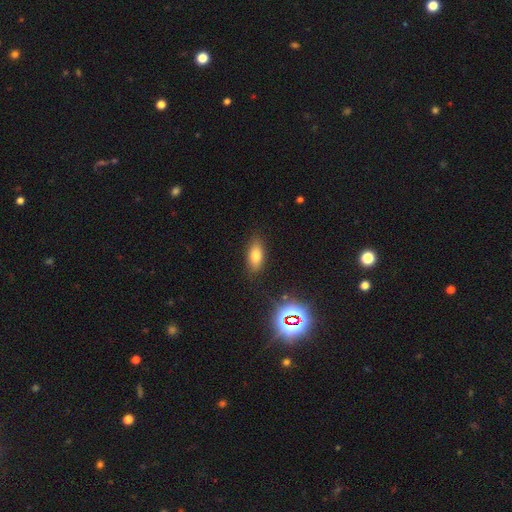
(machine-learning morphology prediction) Smooth or featured? smooth (74%)
How rounded? in between (83%)
Merging? none (85%)